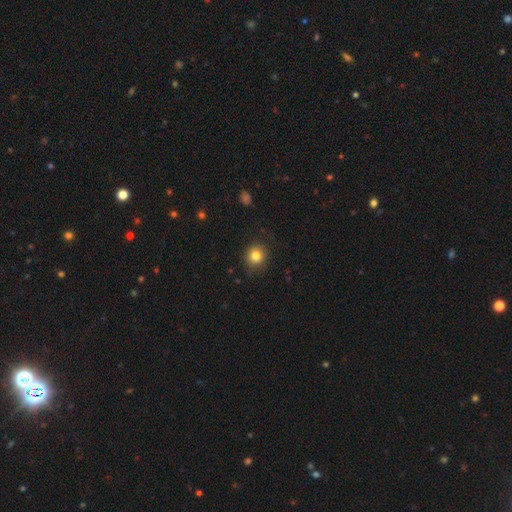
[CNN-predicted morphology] smooth_or_featured: smooth (p=0.82) [alt: star or artifact p=0.11]
how_rounded: round (p=0.87) [alt: in between p=0.12]
merging: none (p=0.85) [alt: minor disturbance p=0.11]